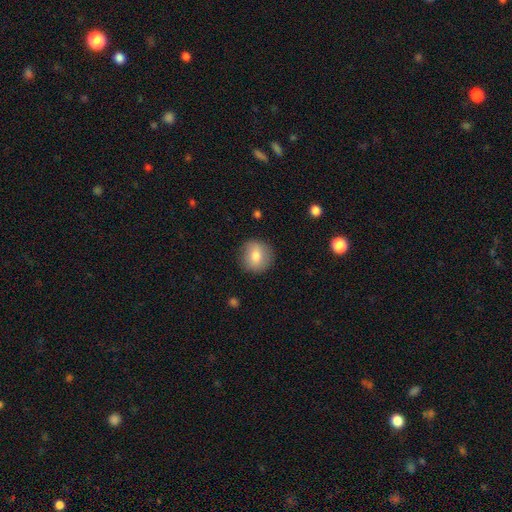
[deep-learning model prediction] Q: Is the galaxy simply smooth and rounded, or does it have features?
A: smooth — 80%.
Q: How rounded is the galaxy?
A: round — 89%.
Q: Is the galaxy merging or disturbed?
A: none — 86%.